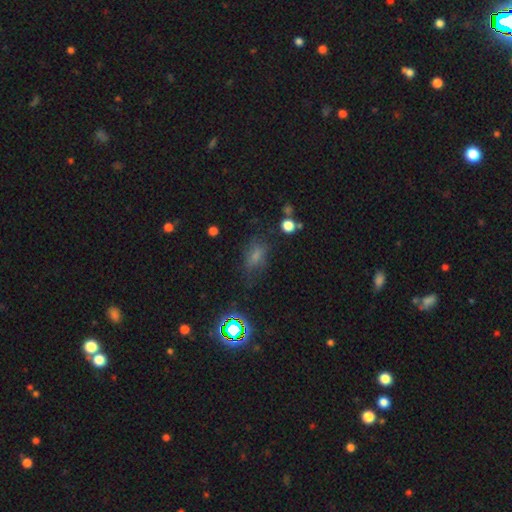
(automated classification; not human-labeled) Overall: smooth (62%; star or artifact 24%). How rounded: in between (78%). Merging: none (60%; minor disturbance 23%).